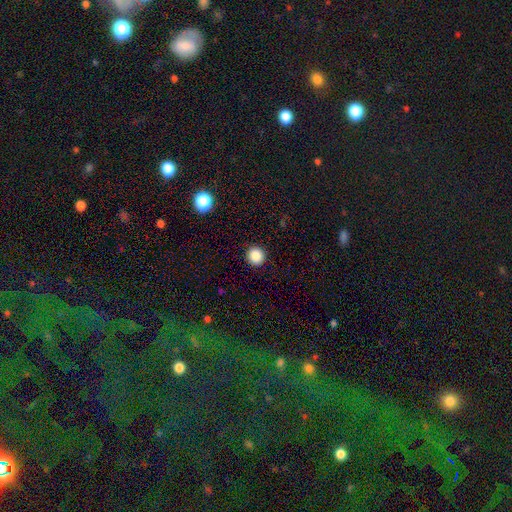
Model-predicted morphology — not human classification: Overall: smooth (87%). How rounded: round (92%). Merging: none (92%).